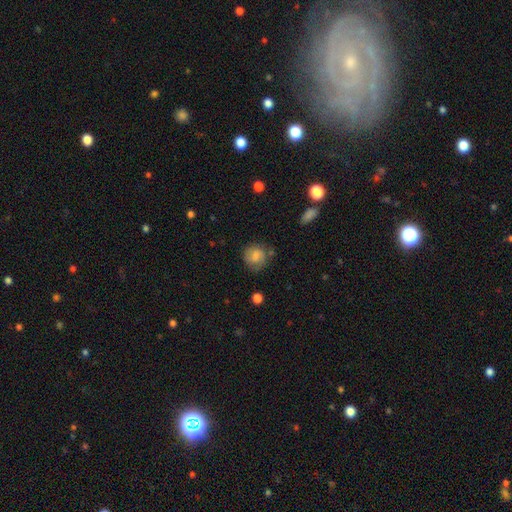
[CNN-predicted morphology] Overall: smooth (76%). How rounded: round (84%). Merging: none (69%).